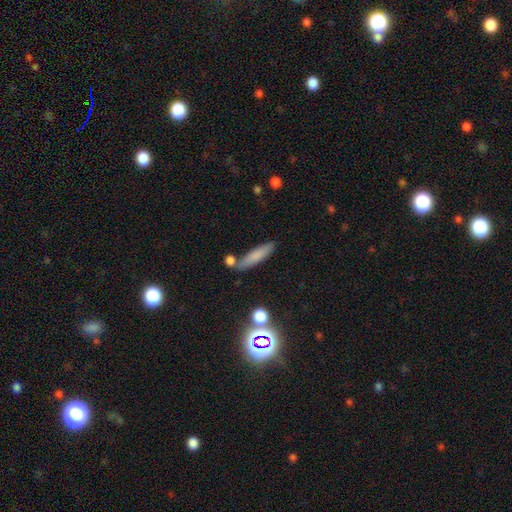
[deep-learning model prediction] Q: Smooth or featured?
A: smooth (72%); runner-up: featured or disk (17%)
Q: How rounded?
A: cigar-shaped (77%); runner-up: in between (20%)
Q: Merging?
A: none (72%); runner-up: minor disturbance (13%)